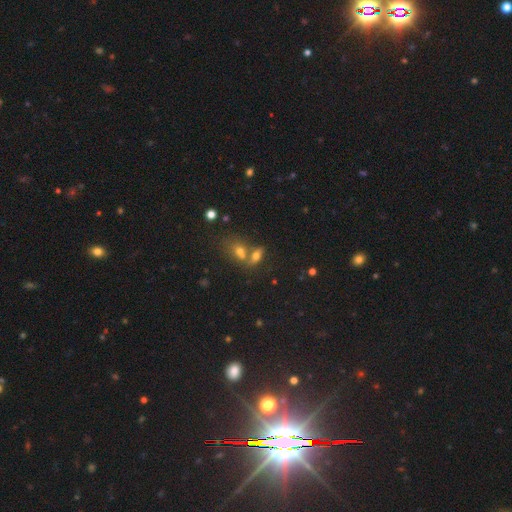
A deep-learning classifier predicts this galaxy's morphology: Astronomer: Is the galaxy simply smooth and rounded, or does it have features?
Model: star or artifact — 47% (runner-up: smooth, 39%).